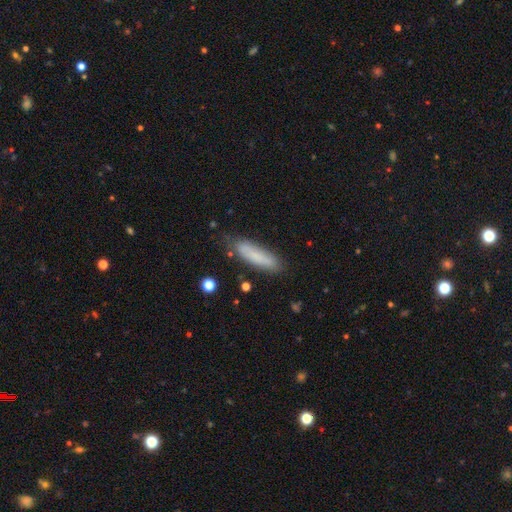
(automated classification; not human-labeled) Smooth or featured? smooth (79%)
How rounded? cigar-shaped (69%)
Merging? none (75%)